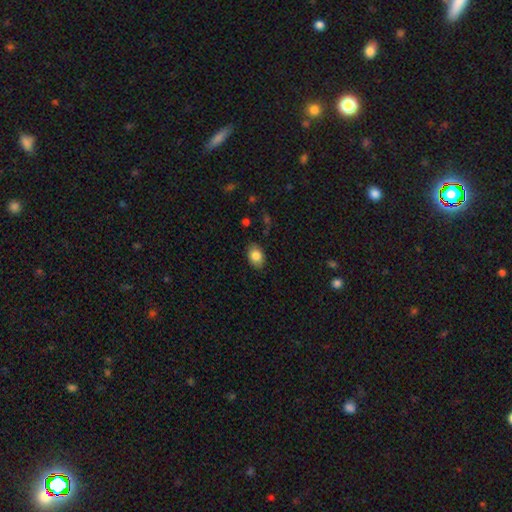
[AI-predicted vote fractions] Morphology: type=smooth (84%); roundness=in between (81%); merging=none (85%).